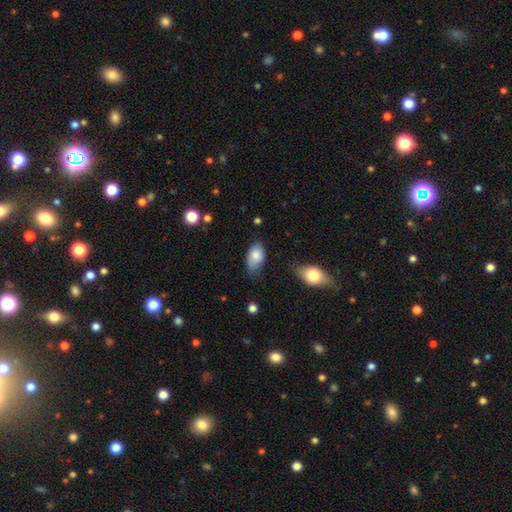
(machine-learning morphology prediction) smooth_or_featured: smooth (p=0.81) [alt: featured or disk p=0.12]
how_rounded: in between (p=0.92) [alt: round p=0.06]
merging: none (p=0.54) [alt: minor disturbance p=0.35]